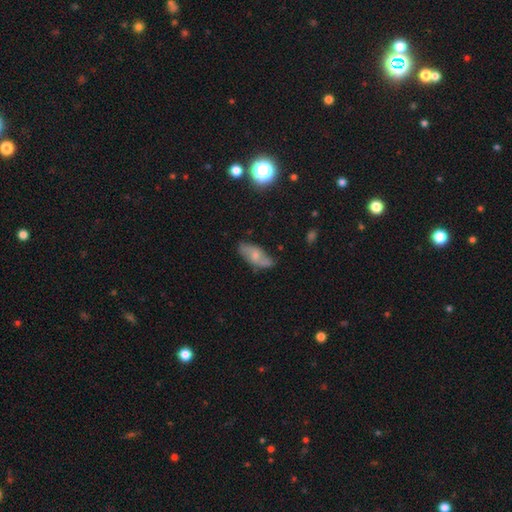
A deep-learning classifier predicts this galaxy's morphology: A featured or disk galaxy (46%).

Vote fractions:
- Smooth or featured? featured or disk: 46% / smooth: 45% / star or artifact: 9%
- Merging? none: 71% / minor disturbance: 22% / major disturbance: 5% / merger: 2%